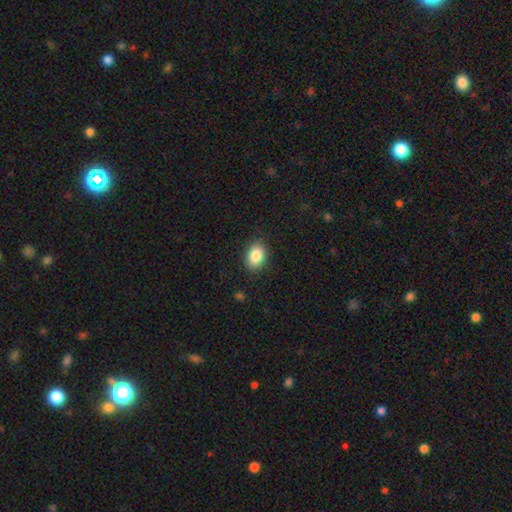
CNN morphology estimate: Smooth or featured?
  - smooth: 86% *
  - star or artifact: 8%
  - featured or disk: 6%
How rounded?
  - in between: 79% *
  - round: 20%
  - cigar-shaped: 1%
Merging?
  - none: 87% *
  - minor disturbance: 9%
  - major disturbance: 2%
  - merger: 1%